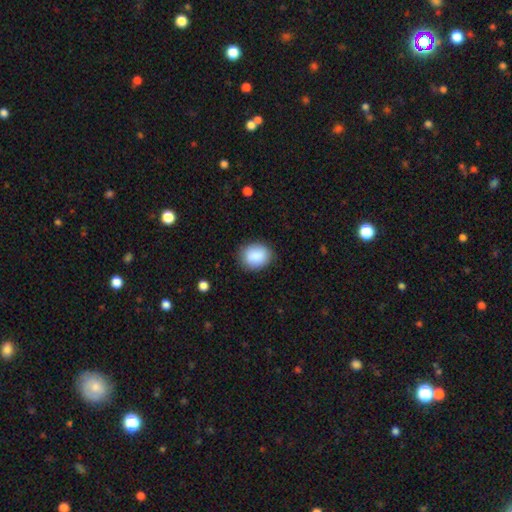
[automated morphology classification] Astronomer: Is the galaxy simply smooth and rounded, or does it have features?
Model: smooth — 88%.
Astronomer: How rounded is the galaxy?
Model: round — 53% (runner-up: in between, 46%).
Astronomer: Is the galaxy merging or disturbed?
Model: none — 83%.